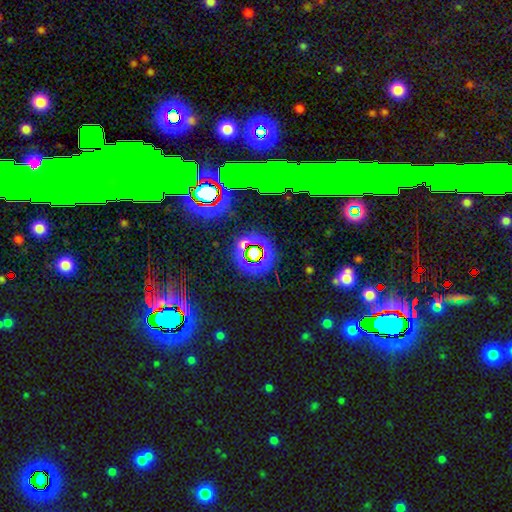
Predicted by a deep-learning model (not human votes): Smooth or featured: star or artifact — 60% (smooth — 24%)